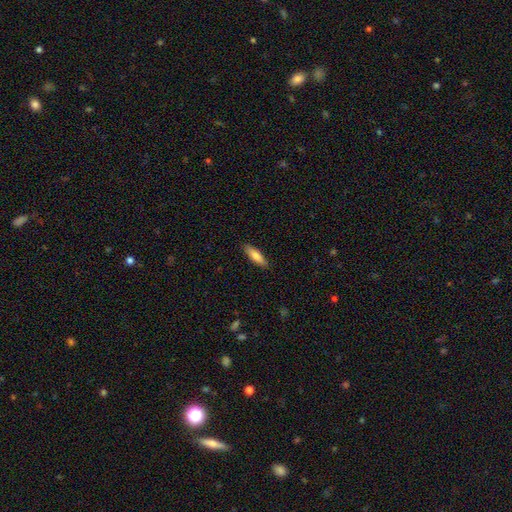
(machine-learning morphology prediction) Smooth or featured?
  - smooth: 77% *
  - featured or disk: 17%
  - star or artifact: 6%
How rounded?
  - cigar-shaped: 55% *
  - in between: 43%
  - round: 2%
Merging?
  - none: 89% *
  - minor disturbance: 8%
  - major disturbance: 2%
  - merger: 1%